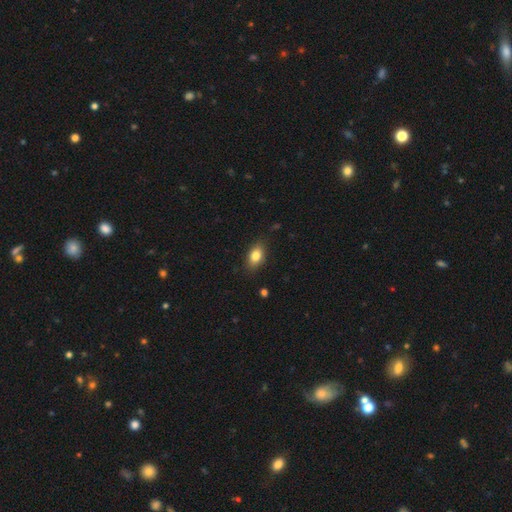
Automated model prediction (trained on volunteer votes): Q: Smooth or featured?
A: smooth (81%); runner-up: featured or disk (11%)
Q: How rounded?
A: in between (84%); runner-up: round (12%)
Q: Merging?
A: none (83%); runner-up: minor disturbance (13%)